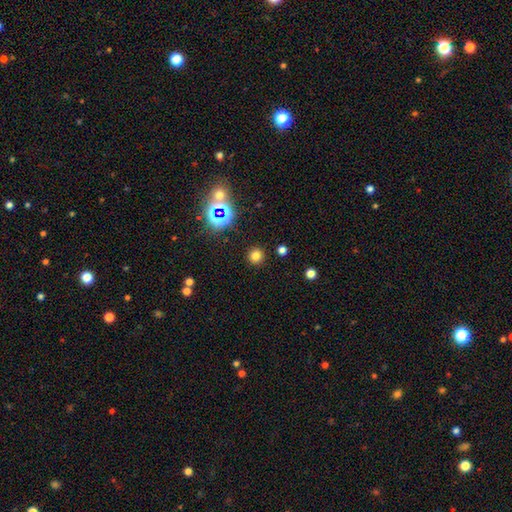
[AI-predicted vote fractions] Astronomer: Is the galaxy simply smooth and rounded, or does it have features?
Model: smooth — 74%.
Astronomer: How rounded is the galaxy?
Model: round — 93%.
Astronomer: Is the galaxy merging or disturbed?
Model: none — 90%.